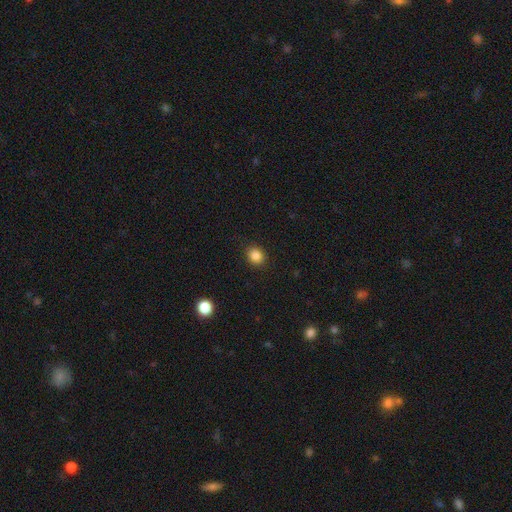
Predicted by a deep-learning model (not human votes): Smooth or featured? Predicted: smooth (p=0.86). How rounded? Predicted: round (p=0.69). Merging? Predicted: none (p=0.89).